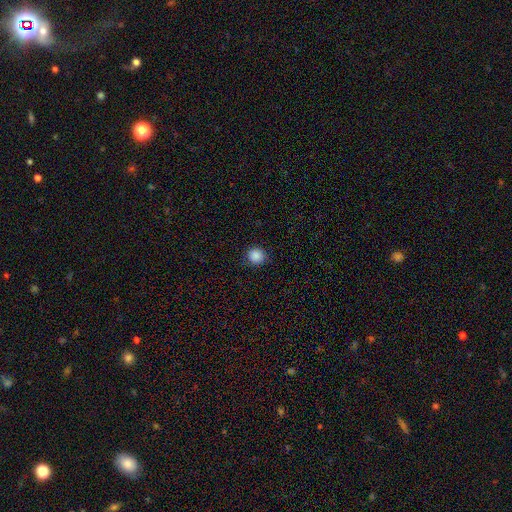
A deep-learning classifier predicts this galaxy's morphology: A smooth galaxy with no disk features (87%) that is round (92%).

Vote fractions:
- Smooth or featured? smooth: 87% / star or artifact: 10% / featured or disk: 3%
- How rounded? round: 92% / in between: 7% / cigar-shaped: 1%
- Merging? none: 88% / minor disturbance: 8% / major disturbance: 2% / merger: 1%